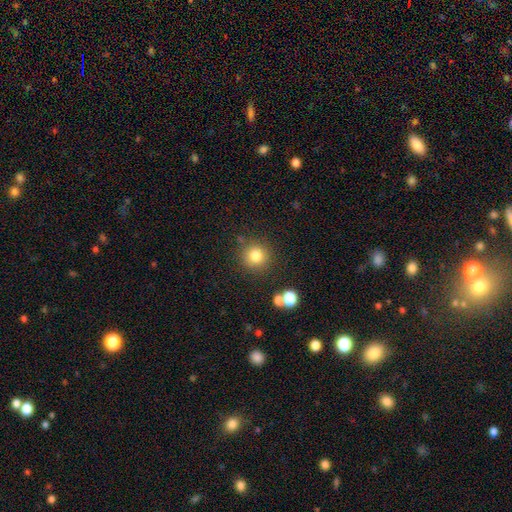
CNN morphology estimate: Q: Smooth or featured?
A: smooth (80%); runner-up: star or artifact (12%)
Q: How rounded?
A: round (94%); runner-up: in between (5%)
Q: Merging?
A: none (83%); runner-up: minor disturbance (8%)